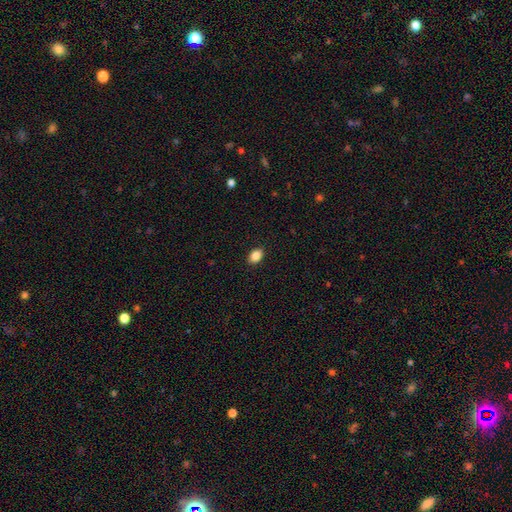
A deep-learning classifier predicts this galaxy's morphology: type=smooth (87%); roundness=in between (82%); merging=none (90%).